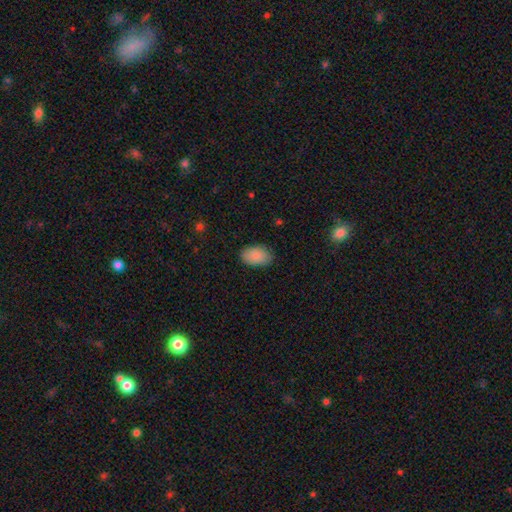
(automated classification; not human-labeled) Smooth or featured: smooth — 88% (star or artifact — 7%)
How rounded: in between — 91% (round — 8%)
Merging: none — 84% (minor disturbance — 12%)